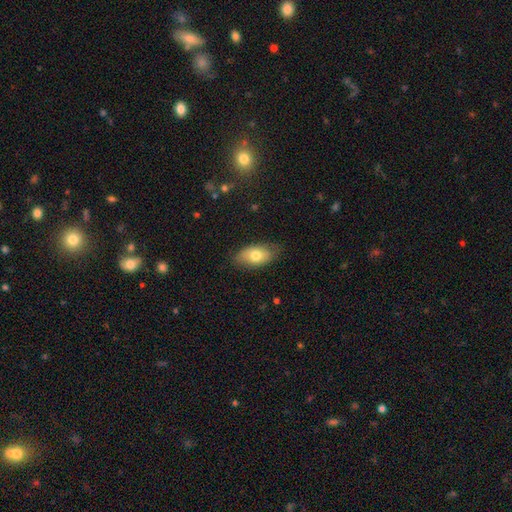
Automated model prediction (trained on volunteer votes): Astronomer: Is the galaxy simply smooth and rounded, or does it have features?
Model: smooth — 73%.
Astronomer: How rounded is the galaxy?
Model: in between — 91%.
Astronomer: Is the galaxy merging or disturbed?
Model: none — 76%.